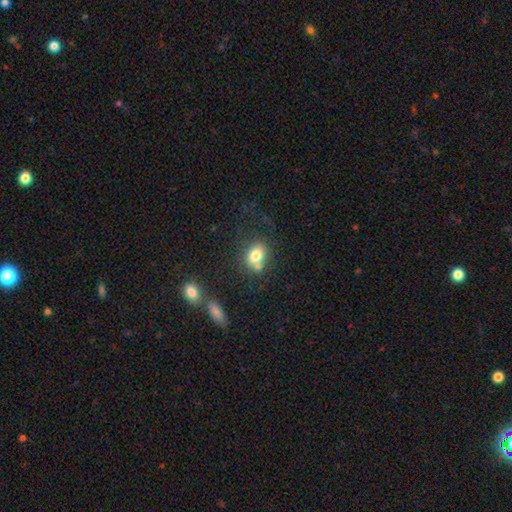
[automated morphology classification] smooth-or-featured: smooth: 78% | featured or disk: 12% | star or artifact: 10%
  how-rounded: in between: 60% | round: 39% | cigar-shaped: 1%
  merging: none: 56% | merger: 23% | minor disturbance: 15% | major disturbance: 6%